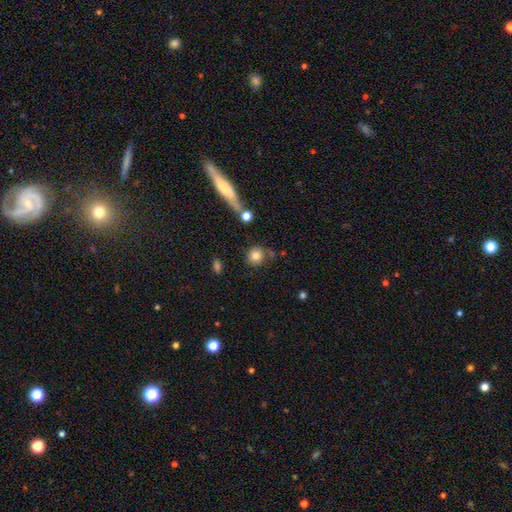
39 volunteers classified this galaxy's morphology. Overall: smooth (87%). How rounded: round (82%). Merging: none (61%; minor disturbance 28%).